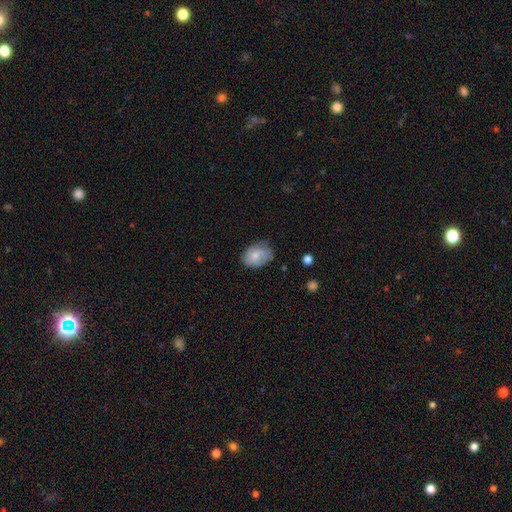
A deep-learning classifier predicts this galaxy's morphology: Smooth or featured?
  - smooth: 66% *
  - featured or disk: 27%
  - star or artifact: 7%
How rounded?
  - in between: 72% *
  - round: 27%
  - cigar-shaped: 1%
Merging?
  - none: 60% *
  - minor disturbance: 31%
  - major disturbance: 8%
  - merger: 2%